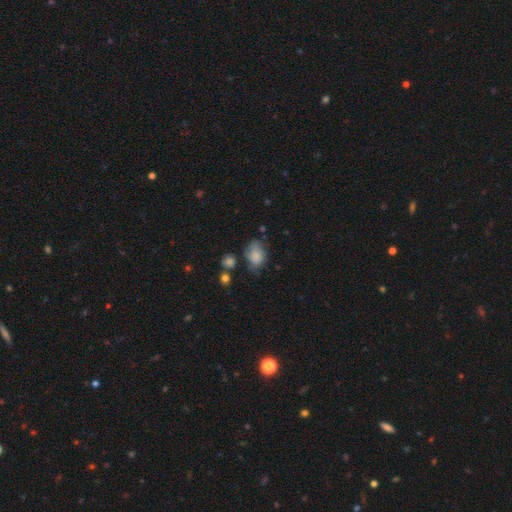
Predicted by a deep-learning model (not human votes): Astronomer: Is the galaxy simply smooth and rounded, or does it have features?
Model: smooth — 75%.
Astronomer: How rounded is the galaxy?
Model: in between — 73%.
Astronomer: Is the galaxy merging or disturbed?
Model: none — 46% (runner-up: minor disturbance, 33%).